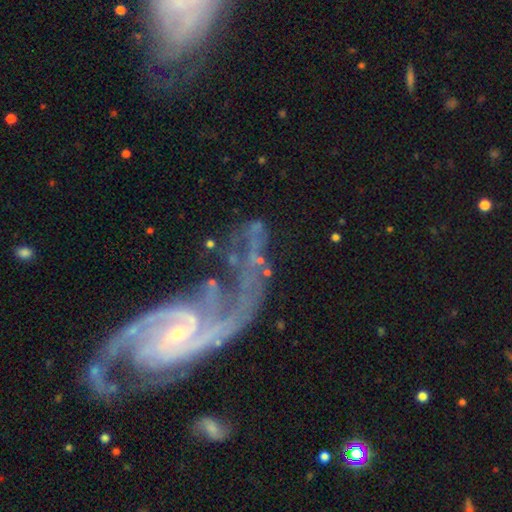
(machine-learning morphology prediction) Smooth or featured?
  - featured or disk: 90% *
  - star or artifact: 6%
  - smooth: 4%
Edge-on disk?
  - no: 97% *
  - yes: 3%
Bar?
  - weak: 40% *
  - no: 39%
  - strong: 21%
Spiral arms?
  - yes: 98% *
  - no: 2%
Spiral winding?
  - medium: 46% *
  - loose: 31%
  - tight: 23%
Spiral arm count?
  - 2: 76% *
  - can't tell: 6%
  - 3: 6%
  - 1: 4%
  - 4: 4%
  - more than 4: 4%
Bulge size?
  - small: 77% *
  - moderate: 18%
  - none: 3%
  - large: 2%
  - dominant: 1%
Merging?
  - none: 53% *
  - major disturbance: 20%
  - minor disturbance: 19%
  - merger: 7%